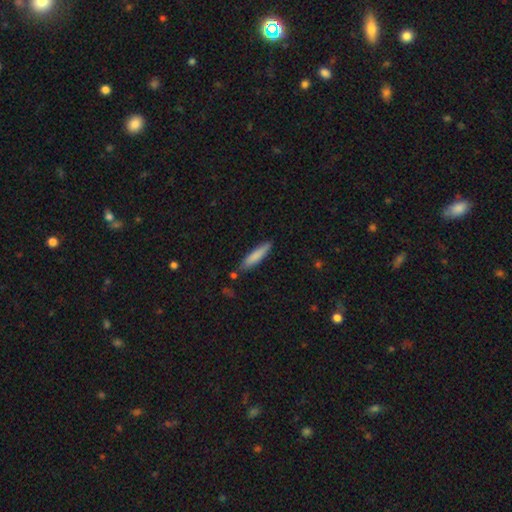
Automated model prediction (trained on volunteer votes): Smooth or featured? Predicted: smooth (p=0.80). How rounded? Predicted: cigar-shaped (p=0.84). Merging? Predicted: none (p=0.81).